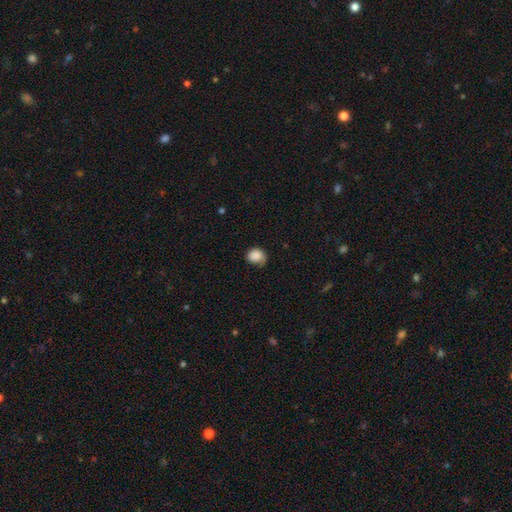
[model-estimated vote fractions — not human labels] Overall: smooth (84%). How rounded: round (67%; in between 32%). Merging: none (52%; minor disturbance 34%).